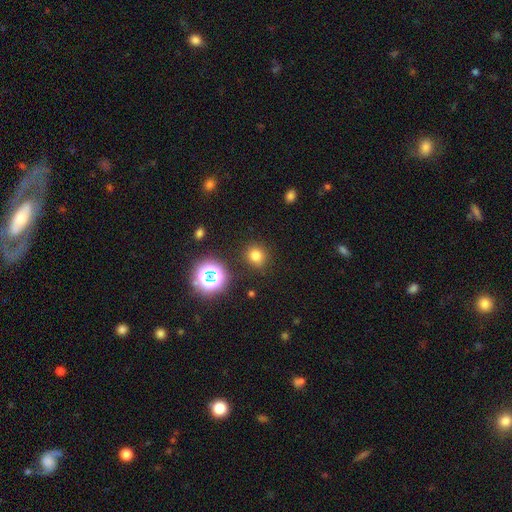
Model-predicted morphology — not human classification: Smooth or featured? Predicted: smooth (p=0.73). How rounded? Predicted: round (p=0.83). Merging? Predicted: none (p=0.86).